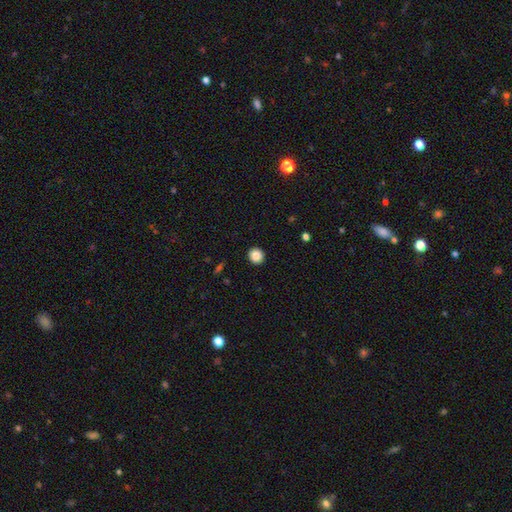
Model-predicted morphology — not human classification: The model was most divided on "smooth or featured": smooth: 86%, star or artifact: 10%, featured or disk: 4%. More confident: merging — none (93%); how rounded — round (90%).